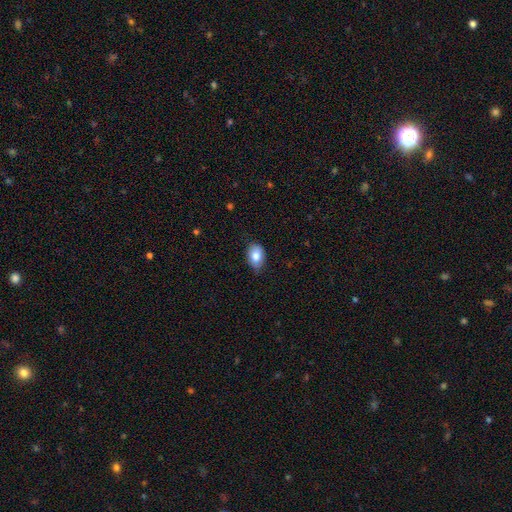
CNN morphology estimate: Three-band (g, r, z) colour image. It shows a smooth galaxy with no disk features (83%) that is in between round and cigar-shaped (84%). Merging: none (75%).